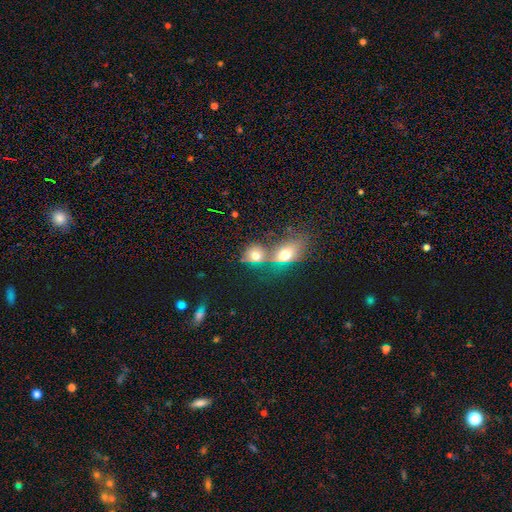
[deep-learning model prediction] smooth_or_featured: smooth (p=0.65) [alt: featured or disk p=0.20]
how_rounded: round (p=0.60) [alt: in between p=0.38]
merging: merger (p=0.53) [alt: none p=0.32]